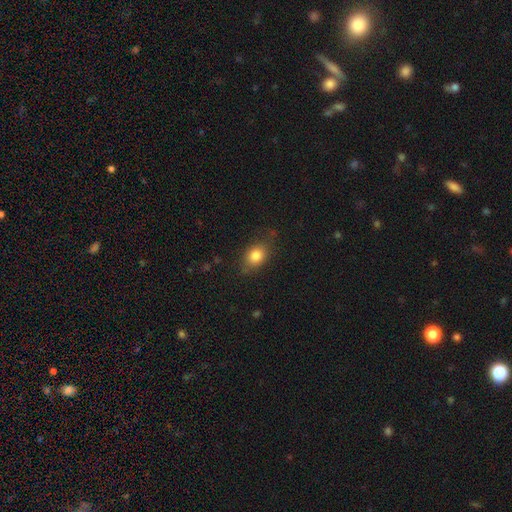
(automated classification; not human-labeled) Overall: smooth (82%). How rounded: in between (66%; round 32%). Merging: none (73%).